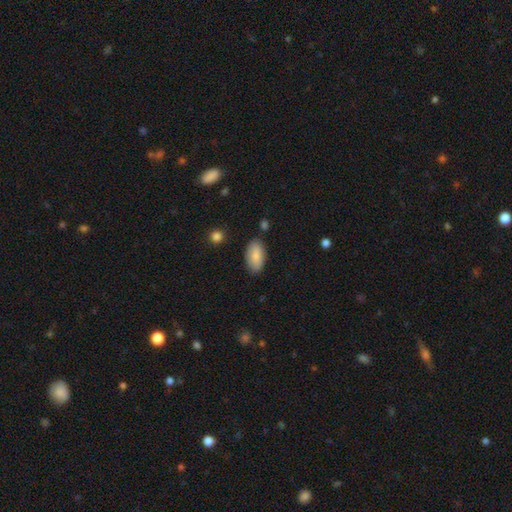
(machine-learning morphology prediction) This is clearly a smooth galaxy (83%). How rounded: clearly in between (94%). Merging: clearly none (84%).